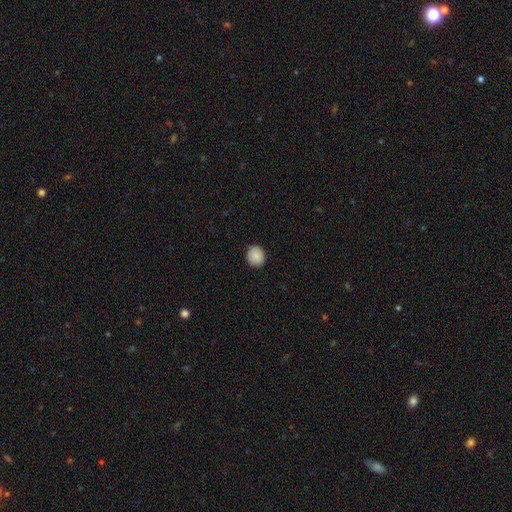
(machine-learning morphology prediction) This is clearly a smooth galaxy (89%). How rounded: clearly round (87%). Merging: clearly none (90%).